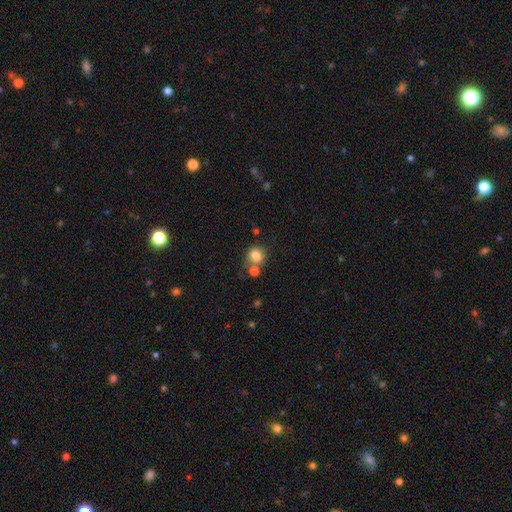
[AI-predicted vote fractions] This appears to be a smooth galaxy with no disk features (80%) that is round (86%). Merging: none (64%).